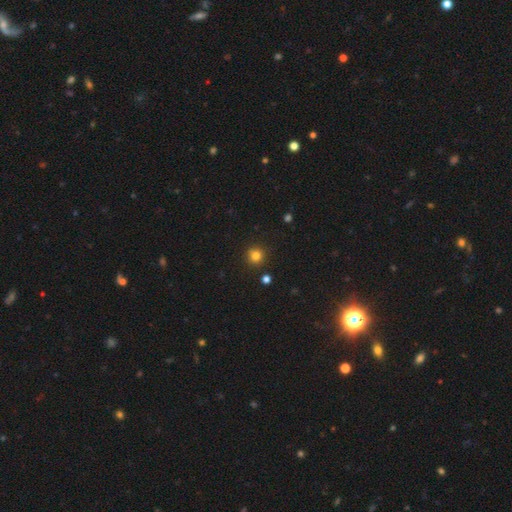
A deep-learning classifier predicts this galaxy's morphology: smooth_or_featured: smooth (p=0.82) [alt: star or artifact p=0.14]
how_rounded: round (p=0.93) [alt: in between p=0.06]
merging: none (p=0.90) [alt: minor disturbance p=0.06]